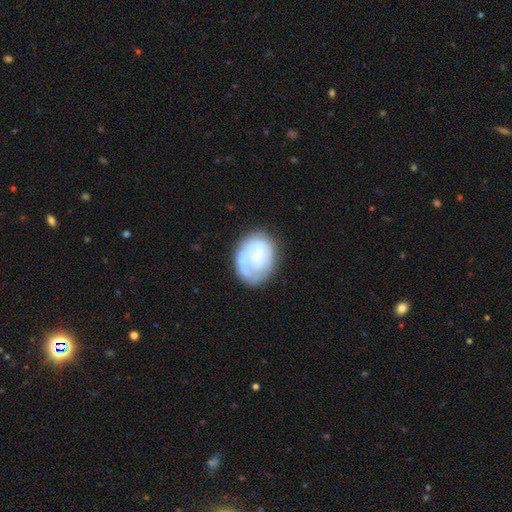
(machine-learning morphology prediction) Smooth or featured?
  - featured or disk: 51% *
  - smooth: 42%
  - star or artifact: 8%
Edge-on disk?
  - no: 97% *
  - yes: 3%
Merging?
  - none: 57% *
  - minor disturbance: 25%
  - major disturbance: 13%
  - merger: 4%